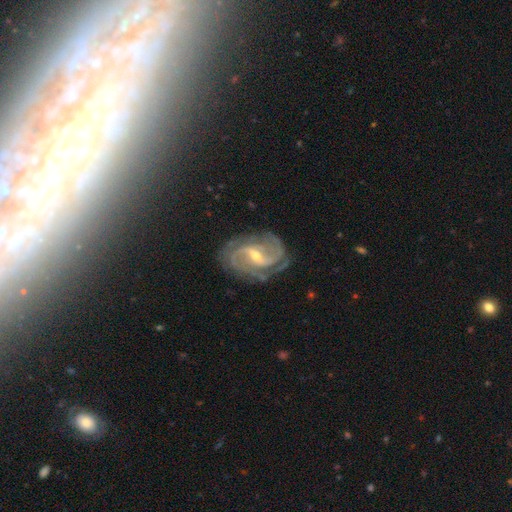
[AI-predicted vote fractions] Morphology: type=featured or disk (89%); edge-on=no (97%); bar=weak (47%); spiral arms=yes (98%); winding=medium (45%); arm count=2 (47%); bulge=small (55%); merging=none (75%).